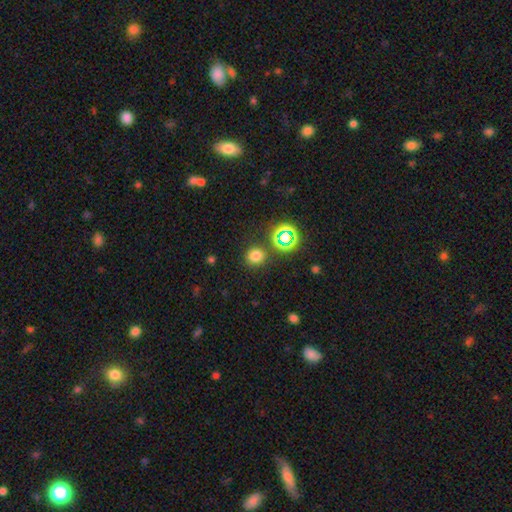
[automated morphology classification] smooth 72%, star or artifact 22%, featured or disk 6%. Down the decision tree: how rounded — round (86%); merging — none (85%).